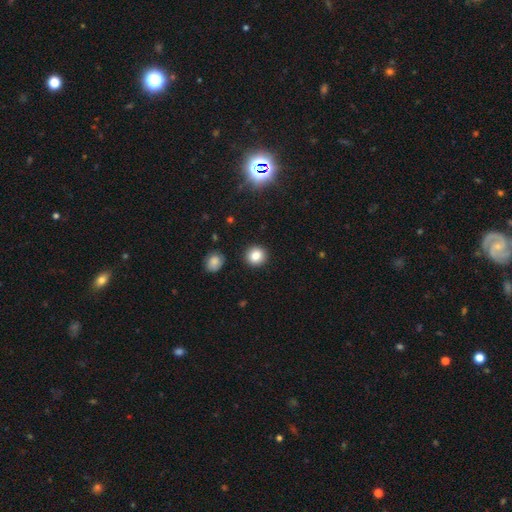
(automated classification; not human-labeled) Q: Smooth or featured?
A: smooth (83%); runner-up: star or artifact (11%)
Q: How rounded?
A: round (89%); runner-up: in between (10%)
Q: Merging?
A: none (91%); runner-up: minor disturbance (6%)